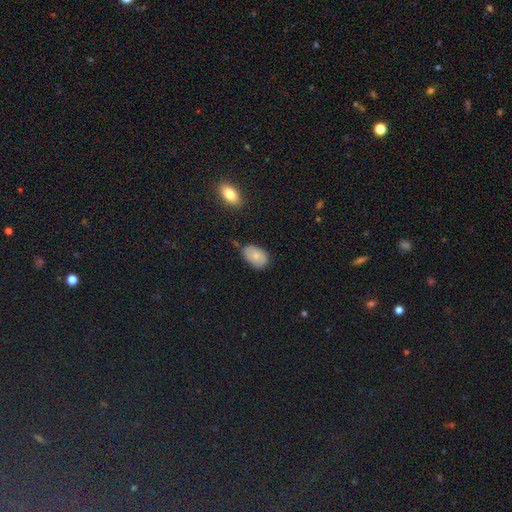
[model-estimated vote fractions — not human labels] This is likely a smooth galaxy (72%). How rounded: clearly in between (89%). Merging: likely none (64%).